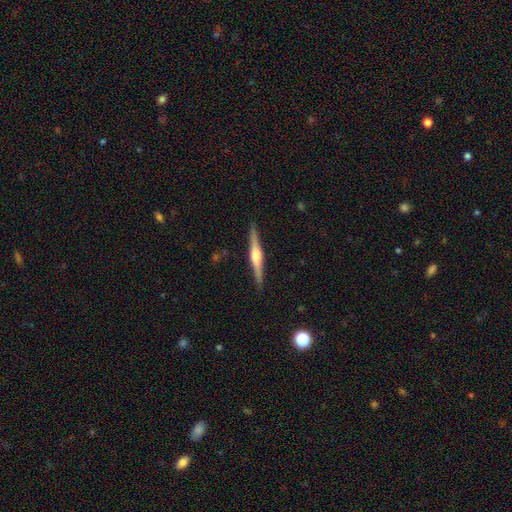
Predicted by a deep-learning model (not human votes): This appears to be a featured or disk galaxy (79%) viewed edge-on (98%) with a rounded central bulge (84%). Merging: none (91%).